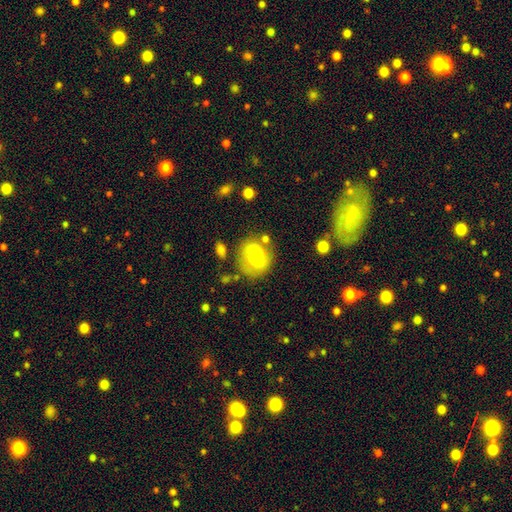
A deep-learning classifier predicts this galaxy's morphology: Overall: smooth (53%; featured or disk 38%). How rounded: round (70%). Merging: none (58%; minor disturbance 21%).